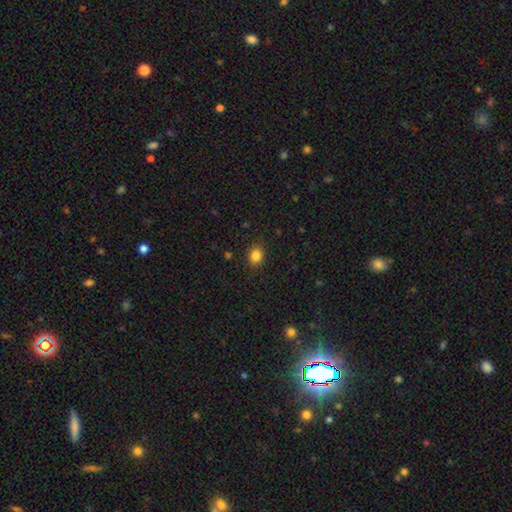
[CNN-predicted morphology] Overall: smooth (84%). How rounded: in between (50%; round 49%). Merging: none (87%).